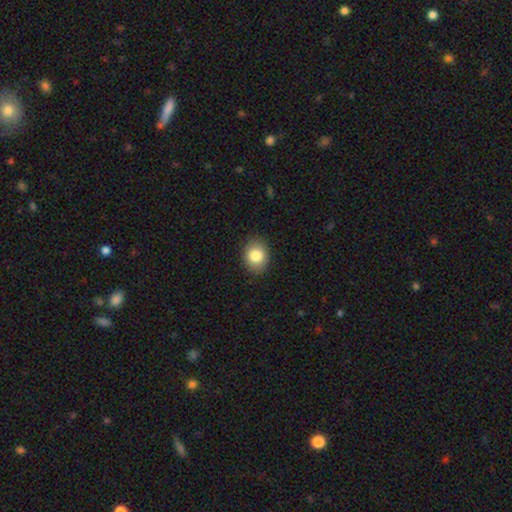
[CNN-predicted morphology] type=smooth (83%); roundness=round (55%); merging=none (89%).